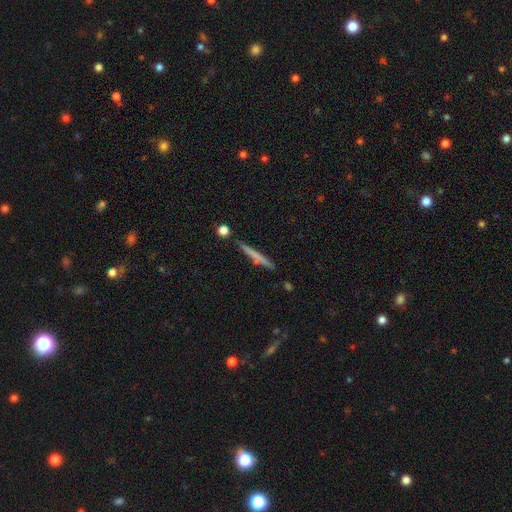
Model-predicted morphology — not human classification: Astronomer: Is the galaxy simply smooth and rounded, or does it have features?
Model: smooth — 57% (runner-up: featured or disk, 37%).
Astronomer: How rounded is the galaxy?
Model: cigar-shaped — 95%.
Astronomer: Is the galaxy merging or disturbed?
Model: none — 84%.